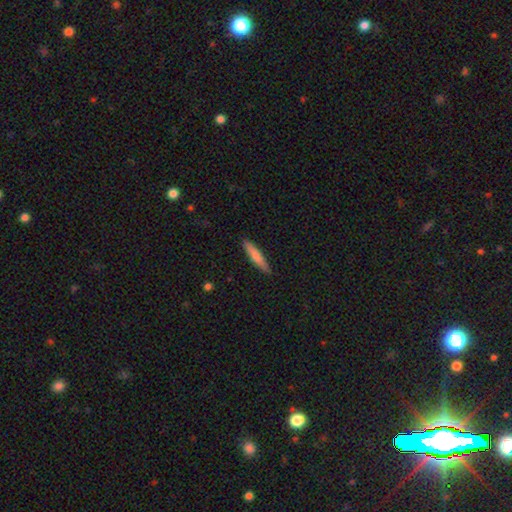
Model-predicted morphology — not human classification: smooth-or-featured: smooth: 70% | featured or disk: 25% | star or artifact: 5%
  how-rounded: cigar-shaped: 91% | in between: 8% | round: 1%
  merging: none: 90% | minor disturbance: 8% | major disturbance: 2% | merger: 1%